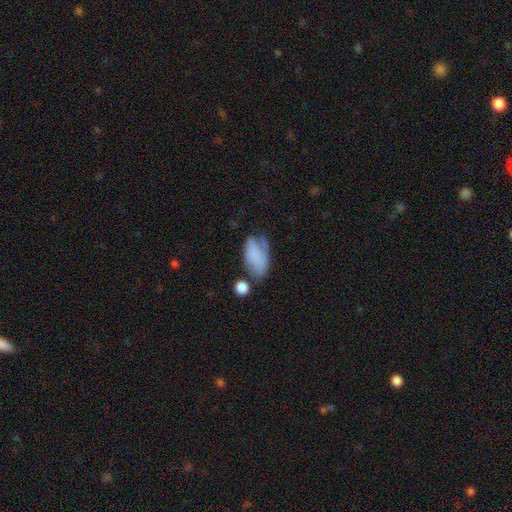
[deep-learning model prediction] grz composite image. It shows a smooth galaxy with no disk features (65%) that is in between round and cigar-shaped (92%). Merging: none (33%).